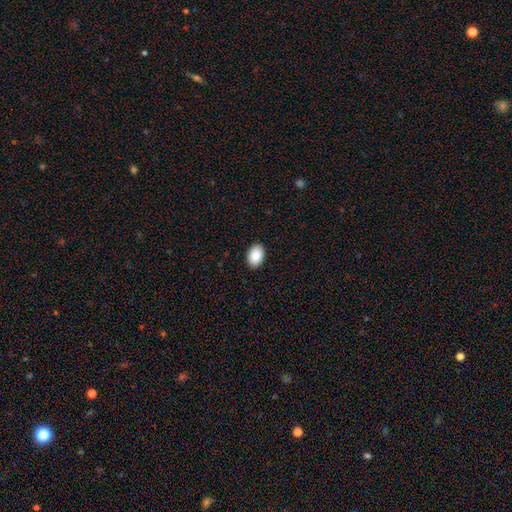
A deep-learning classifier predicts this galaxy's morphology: The model was most divided on "how rounded": in between: 86%, round: 14%, cigar-shaped: 1%. More confident: merging — none (91%); smooth or featured — smooth (88%).